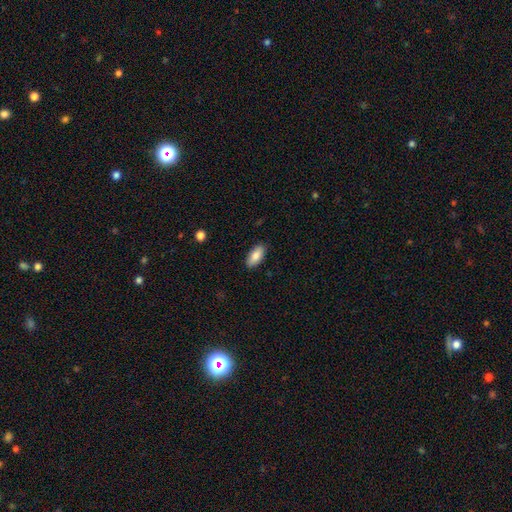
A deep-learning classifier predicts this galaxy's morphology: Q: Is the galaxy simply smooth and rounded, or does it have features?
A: smooth — 84%.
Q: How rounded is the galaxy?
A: in between — 89%.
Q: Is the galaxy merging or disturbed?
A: none — 89%.